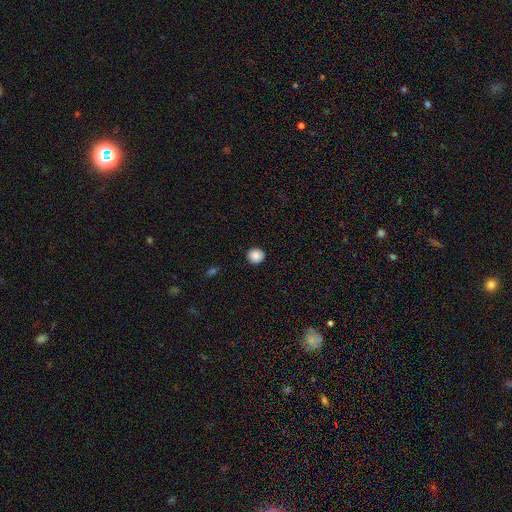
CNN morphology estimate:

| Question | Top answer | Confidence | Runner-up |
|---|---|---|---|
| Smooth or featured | smooth | 88% | star or artifact (9%) |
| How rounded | round | 93% | in between (6%) |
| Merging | none | 92% | minor disturbance (5%) |